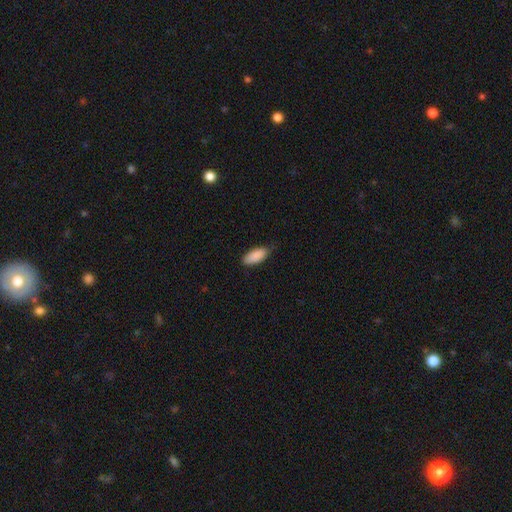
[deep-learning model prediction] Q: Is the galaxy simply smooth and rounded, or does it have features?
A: smooth — 90%.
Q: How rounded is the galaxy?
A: in between — 87%.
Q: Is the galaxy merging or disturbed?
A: none — 72%.